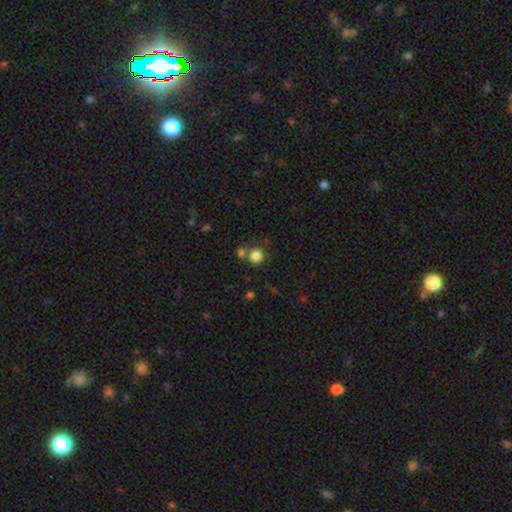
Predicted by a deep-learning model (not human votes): Smooth or featured? smooth (82%)
How rounded? round (91%)
Merging? none (67%)